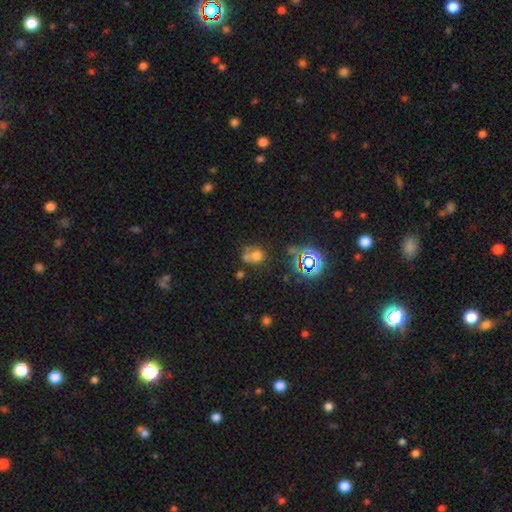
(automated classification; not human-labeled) Smooth or featured? smooth (62%)
How rounded? round (76%)
Merging? none (42%)